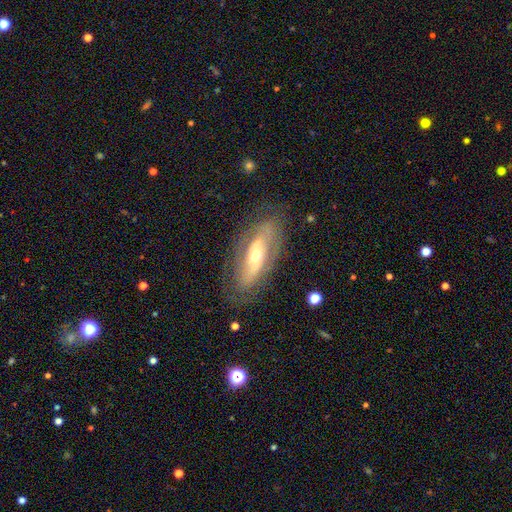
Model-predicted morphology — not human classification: This appears to be a featured or disk galaxy (73%) with no bar (56%), spiral arms (64%) and a small central bulge (48%). Merging: none (74%).